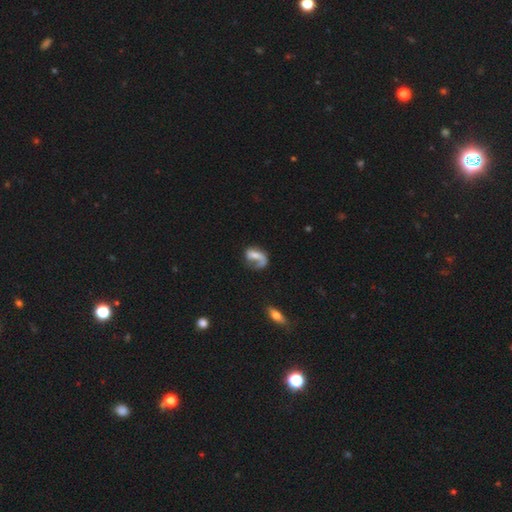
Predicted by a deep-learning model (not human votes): A featured or disk galaxy (60%) with no bar (50%), spiral arms (78%) and a small central bulge (36%). Merging: major disturbance (38%).